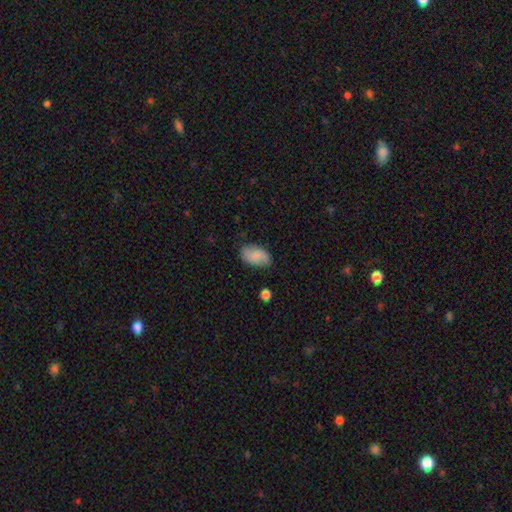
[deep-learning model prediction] Smooth or featured?
  - smooth: 77% *
  - featured or disk: 16%
  - star or artifact: 7%
How rounded?
  - in between: 93% *
  - round: 5%
  - cigar-shaped: 2%
Merging?
  - none: 74% *
  - minor disturbance: 20%
  - major disturbance: 4%
  - merger: 2%